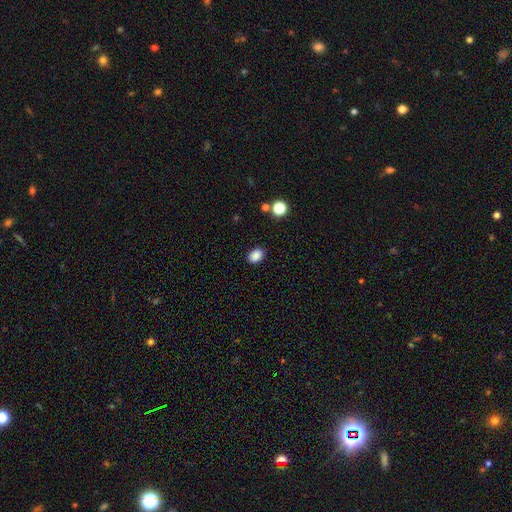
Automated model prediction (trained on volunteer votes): Smooth or featured: smooth — 87% (star or artifact — 10%)
How rounded: in between — 74% (round — 25%)
Merging: none — 88% (minor disturbance — 8%)